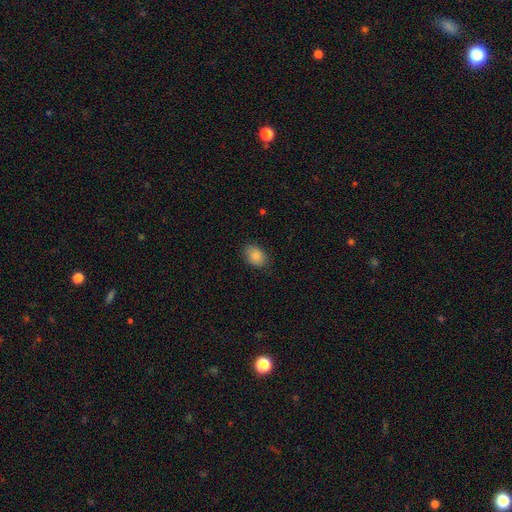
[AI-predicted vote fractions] Morphology: type=smooth (87%); roundness=in between (71%); merging=none (84%).